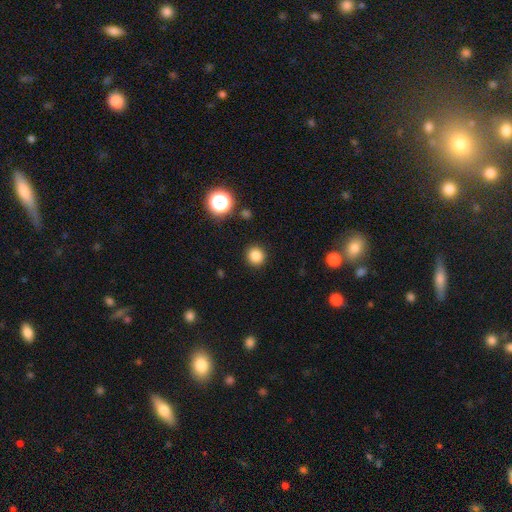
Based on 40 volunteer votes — Smooth or featured?
  - smooth: 90% *
  - star or artifact: 8%
  - featured or disk: 2%
How rounded?
  - round: 92% *
  - in between: 8%
  - cigar-shaped: 0%
Merging?
  - none: 86% *
  - minor disturbance: 5%
  - merger: 5%
  - major disturbance: 3%